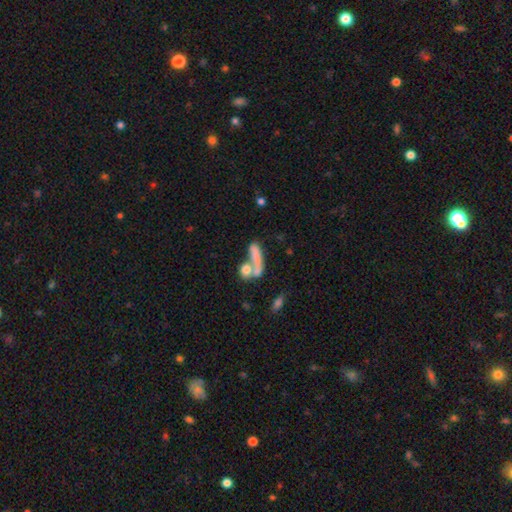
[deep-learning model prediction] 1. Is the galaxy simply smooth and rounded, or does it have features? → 68% smooth, 23% featured or disk, 10% star or artifact.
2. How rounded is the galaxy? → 45% in between, 41% cigar-shaped, 14% round.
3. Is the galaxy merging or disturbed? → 50% merger, 27% none, 13% major disturbance, 10% minor disturbance.